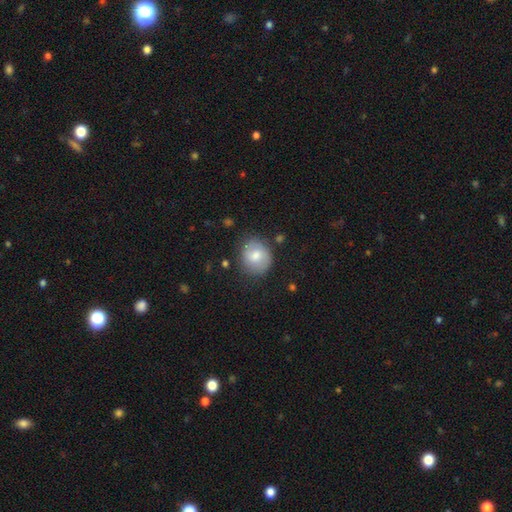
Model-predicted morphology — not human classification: This appears to be a smooth galaxy with no disk features (67%) that is round (75%). Merging: none (75%).